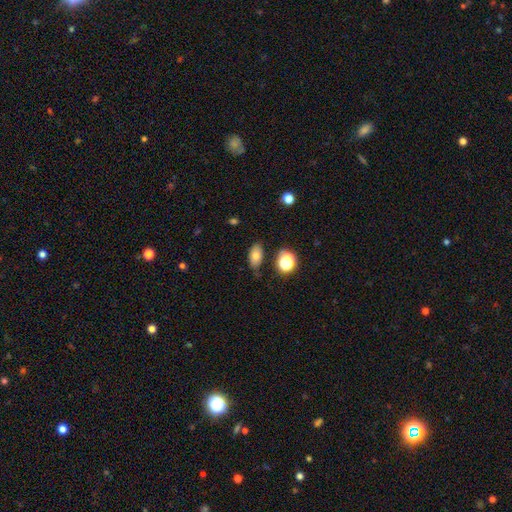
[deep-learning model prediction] Q: Smooth or featured?
A: smooth (75%); runner-up: featured or disk (13%)
Q: How rounded?
A: in between (87%); runner-up: round (10%)
Q: Merging?
A: none (75%); runner-up: minor disturbance (17%)